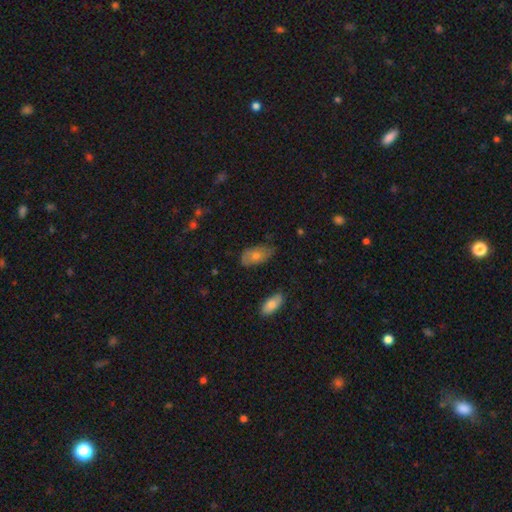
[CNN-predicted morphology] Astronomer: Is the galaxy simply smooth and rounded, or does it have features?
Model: smooth — 51% (runner-up: featured or disk, 37%).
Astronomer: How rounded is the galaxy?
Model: in between — 91%.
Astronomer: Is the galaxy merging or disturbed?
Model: none — 64%.